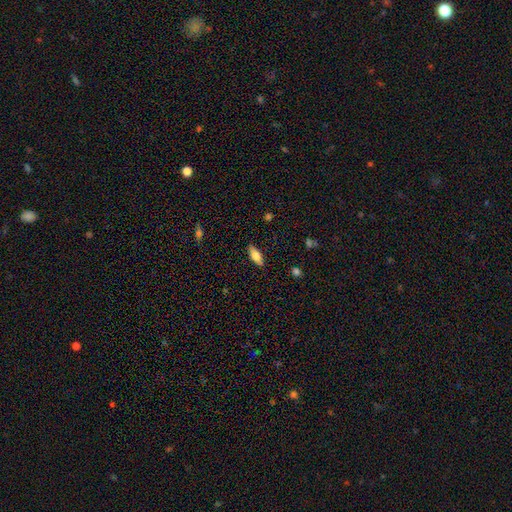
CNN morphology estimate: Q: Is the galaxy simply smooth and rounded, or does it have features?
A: smooth — 67%.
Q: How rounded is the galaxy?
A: in between — 73%.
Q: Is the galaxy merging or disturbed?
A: none — 88%.